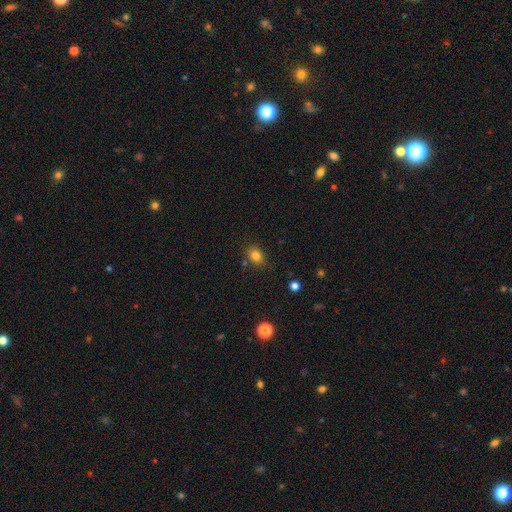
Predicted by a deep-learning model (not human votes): Overall: smooth (81%). How rounded: in between (56%; round 42%). Merging: none (78%).